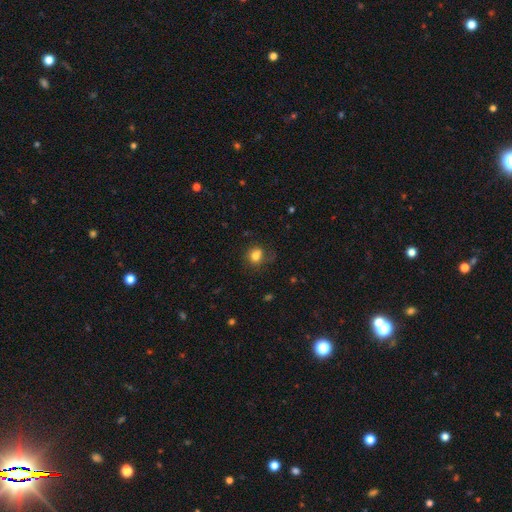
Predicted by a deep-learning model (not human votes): Q: Smooth or featured?
A: smooth (78%); runner-up: star or artifact (11%)
Q: How rounded?
A: round (62%); runner-up: in between (37%)
Q: Merging?
A: none (59%); runner-up: minor disturbance (23%)